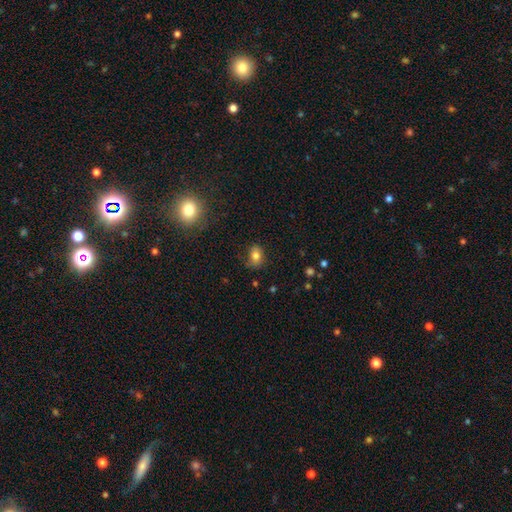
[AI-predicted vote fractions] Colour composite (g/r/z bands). It shows a smooth galaxy with no disk features (79%) that is in between round and cigar-shaped (68%). Merging: none (69%).